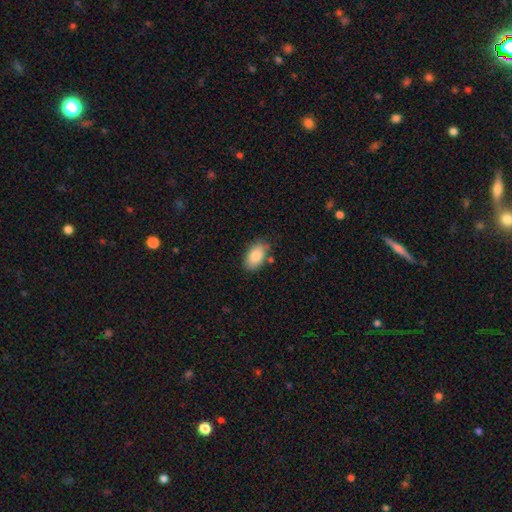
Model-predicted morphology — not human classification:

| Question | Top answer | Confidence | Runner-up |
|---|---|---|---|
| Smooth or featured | smooth | 83% | featured or disk (10%) |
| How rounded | in between | 92% | round (6%) |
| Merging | none | 75% | minor disturbance (17%) |